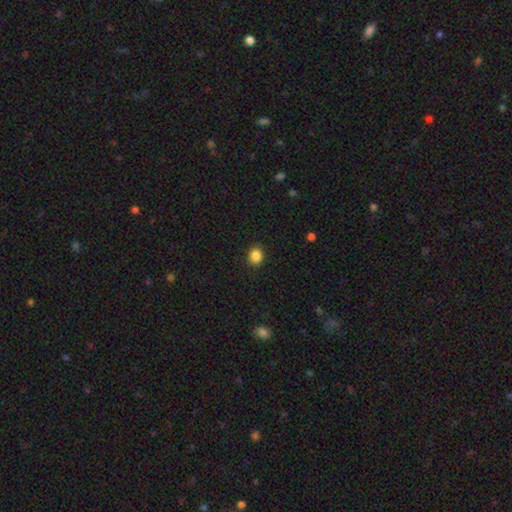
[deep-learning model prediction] smooth_or_featured: smooth (p=0.86) [alt: star or artifact p=0.10]
how_rounded: round (p=0.74) [alt: in between p=0.25]
merging: none (p=0.91) [alt: minor disturbance p=0.06]